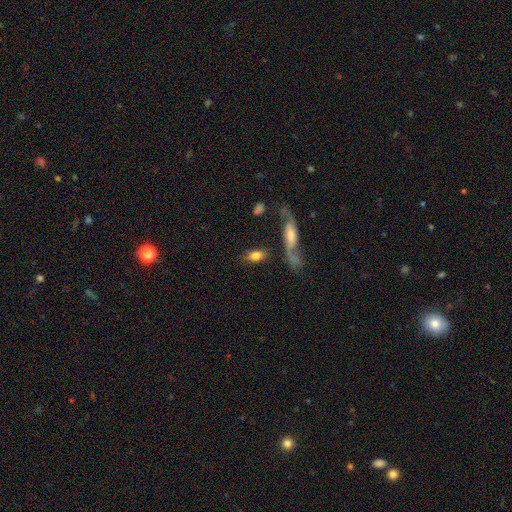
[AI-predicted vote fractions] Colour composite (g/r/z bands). It shows a smooth galaxy with no disk features (74%) that is in between round and cigar-shaped (85%). Merging: none (66%).